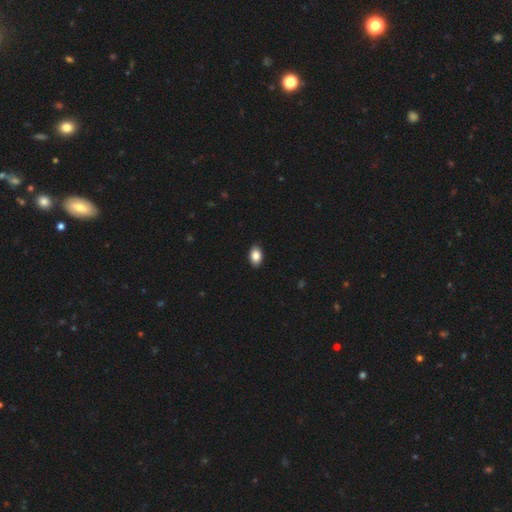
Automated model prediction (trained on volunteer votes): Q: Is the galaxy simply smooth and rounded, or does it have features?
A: smooth — 86%.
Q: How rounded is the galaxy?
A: in between — 88%.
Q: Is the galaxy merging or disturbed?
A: none — 90%.